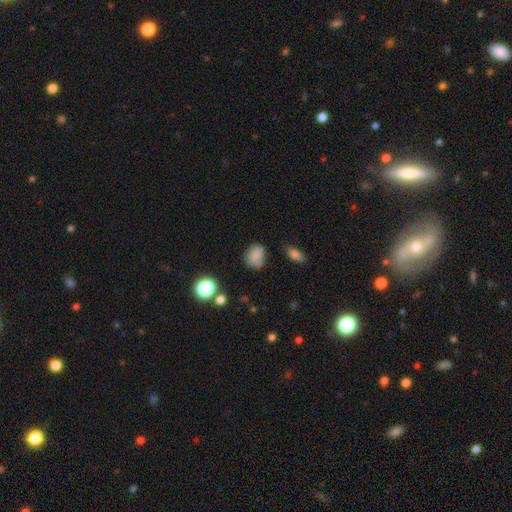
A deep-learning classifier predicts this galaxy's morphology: smooth 79%, star or artifact 12%, featured or disk 9%. Down the decision tree: how rounded — round (49%, tied with in between); merging — none (61%).